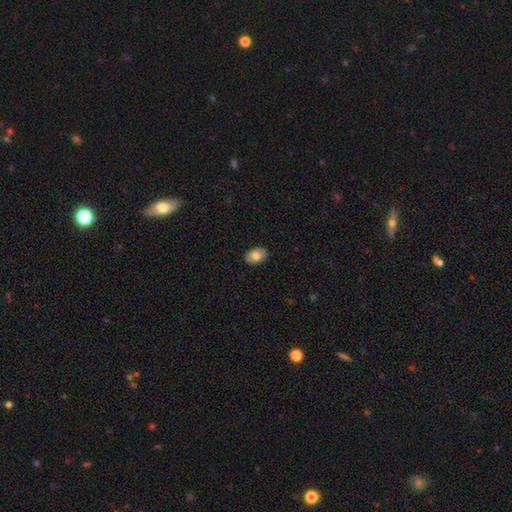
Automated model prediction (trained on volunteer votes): The model was most divided on "smooth or featured": smooth: 74%, featured or disk: 19%, star or artifact: 7%. More confident: merging — none (87%); how rounded — in between (86%).